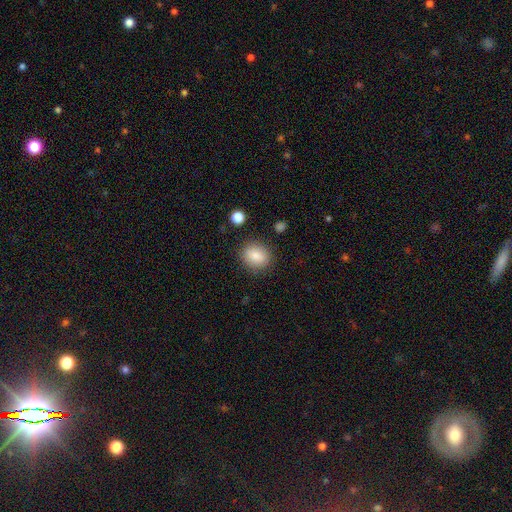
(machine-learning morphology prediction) A smooth galaxy with no disk features (85%) that is round (61%). Merging: none (85%).